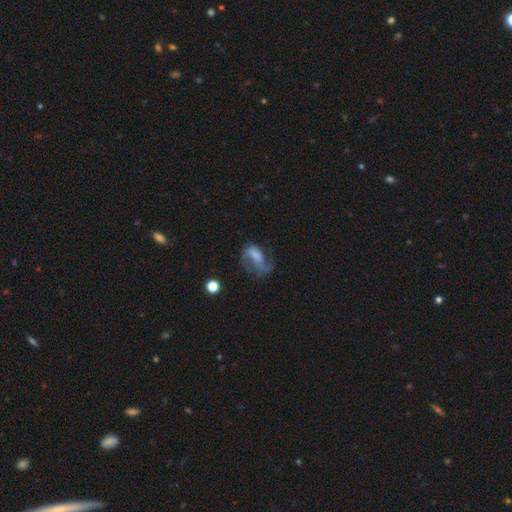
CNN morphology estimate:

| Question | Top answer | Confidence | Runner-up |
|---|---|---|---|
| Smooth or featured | featured or disk | 54% | smooth (36%) |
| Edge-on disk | no | 96% | yes (4%) |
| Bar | no | 52% | weak (34%) |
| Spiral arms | yes | 73% | no (27%) |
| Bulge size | none | 42% | moderate (20%) |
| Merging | major disturbance | 43% | none (31%) |